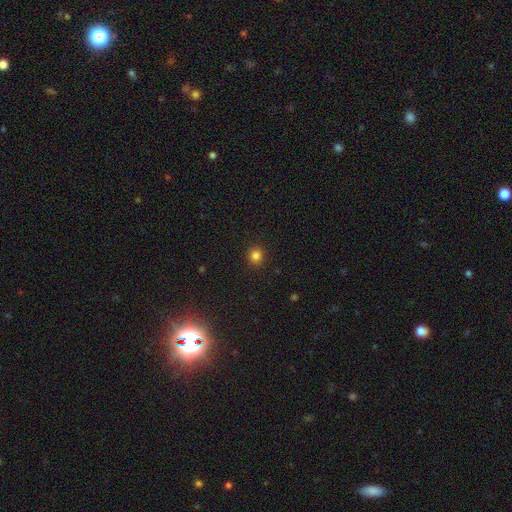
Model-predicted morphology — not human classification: A smooth galaxy with no disk features (82%) that is round (90%). Merging: none (92%).